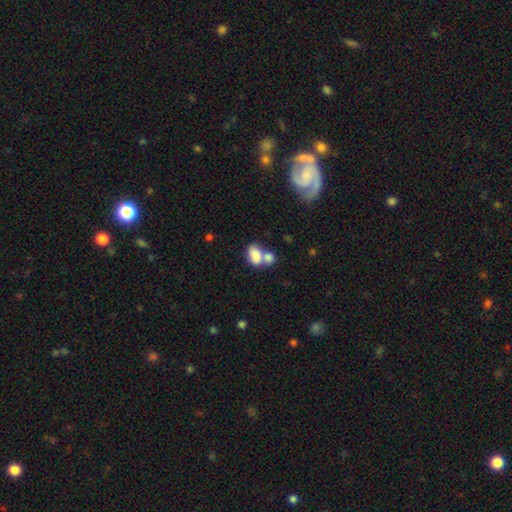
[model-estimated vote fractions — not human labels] This appears to be a smooth galaxy with no disk features (81%) that is in between round and cigar-shaped (87%). Merging: merger (59%).